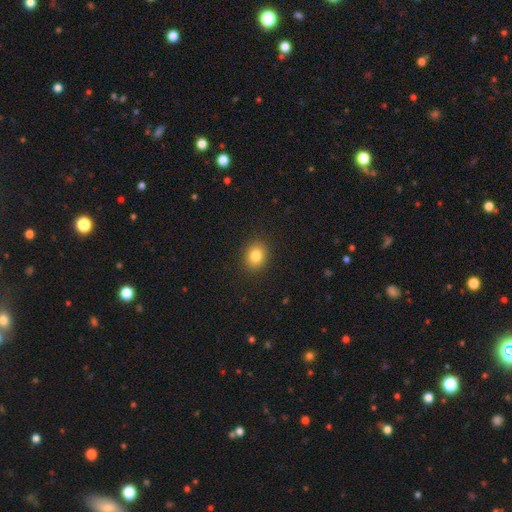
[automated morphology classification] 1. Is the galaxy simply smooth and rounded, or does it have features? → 82% smooth, 11% star or artifact, 7% featured or disk.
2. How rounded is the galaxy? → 62% round, 37% in between, 1% cigar-shaped.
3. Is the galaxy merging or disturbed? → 90% none, 7% minor disturbance, 2% major disturbance, 1% merger.